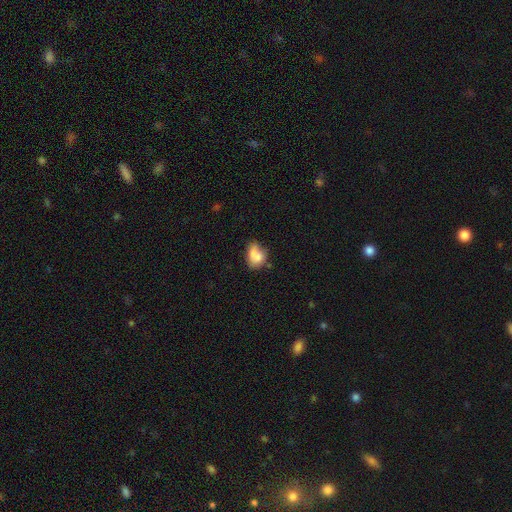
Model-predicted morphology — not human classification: This is likely a smooth galaxy (71%). How rounded: likely in between (68%). Merging: marginally merger (38%).